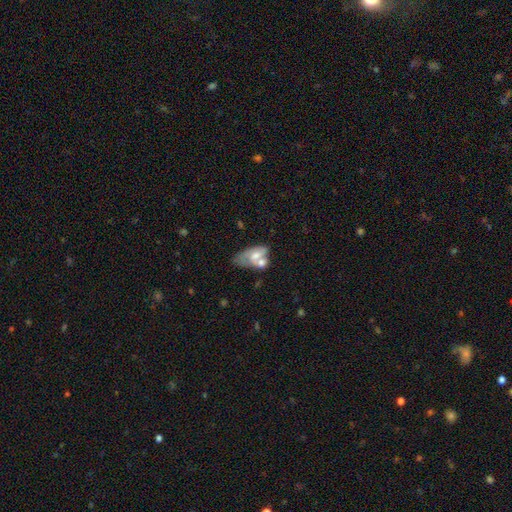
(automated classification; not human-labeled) Morphology: type=smooth (53%); roundness=in between (87%); merging=merger (49%).